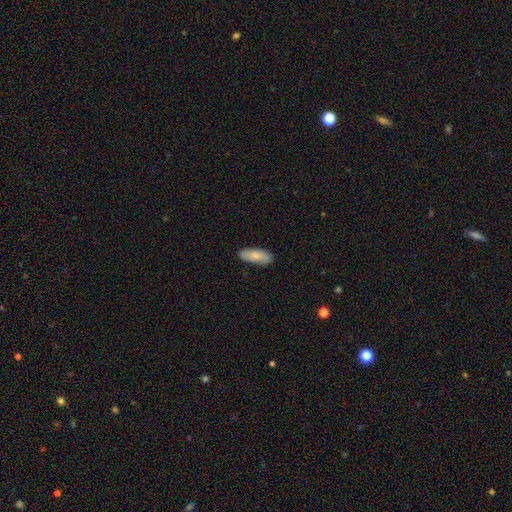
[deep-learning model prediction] A smooth galaxy with no disk features (83%) that is in between round and cigar-shaped (75%). Merging: none (87%).